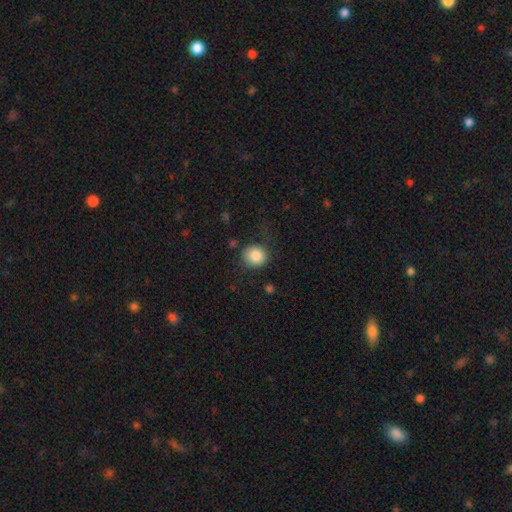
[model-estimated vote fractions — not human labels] Smooth or featured?
  - smooth: 85% *
  - star or artifact: 9%
  - featured or disk: 6%
How rounded?
  - round: 86% *
  - in between: 13%
  - cigar-shaped: 1%
Merging?
  - none: 74% *
  - minor disturbance: 16%
  - major disturbance: 7%
  - merger: 2%